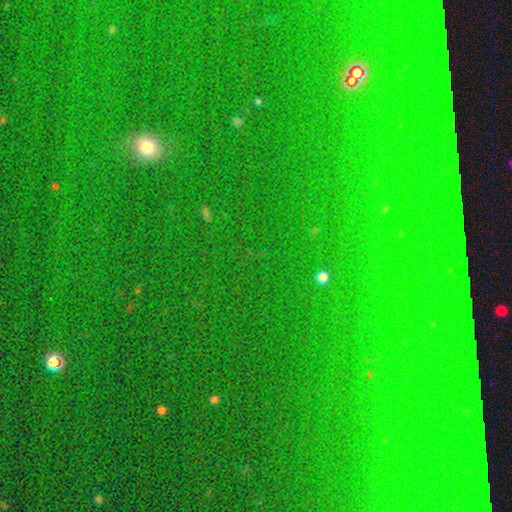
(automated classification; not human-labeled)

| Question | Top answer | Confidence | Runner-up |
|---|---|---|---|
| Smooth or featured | star or artifact | 75% | smooth (16%) |